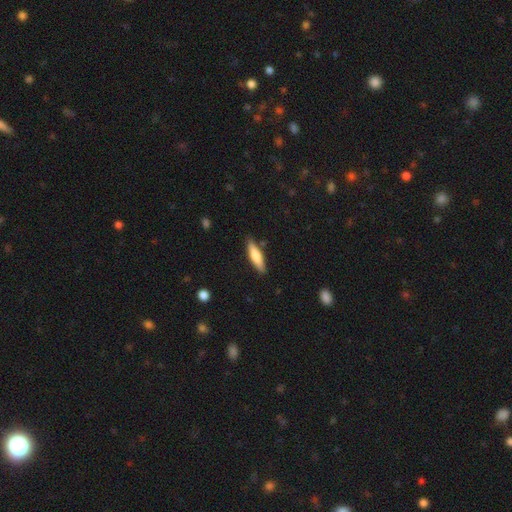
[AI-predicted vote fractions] smooth 66%, featured or disk 28%, star or artifact 6%. Down the decision tree: how rounded — cigar-shaped (72%); merging — none (86%).